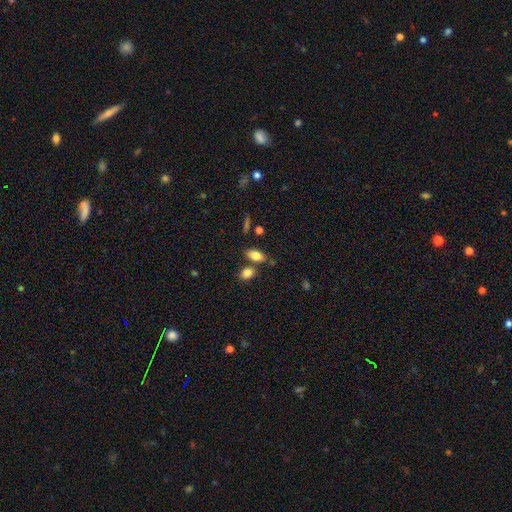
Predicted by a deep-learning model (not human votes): Morphology: type=smooth (82%); roundness=in between (87%); merging=none (68%).